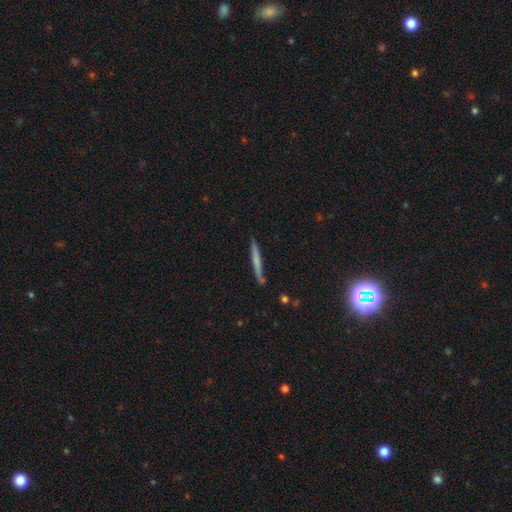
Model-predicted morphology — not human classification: This appears to be a featured or disk galaxy (37%). Merging: none (86%).